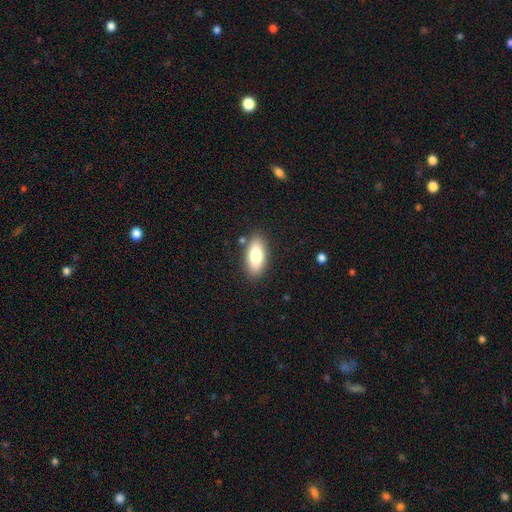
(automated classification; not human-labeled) Smooth or featured?
  - smooth: 78% *
  - featured or disk: 15%
  - star or artifact: 7%
How rounded?
  - in between: 84% *
  - cigar-shaped: 13%
  - round: 3%
Merging?
  - none: 85% *
  - minor disturbance: 10%
  - major disturbance: 3%
  - merger: 2%